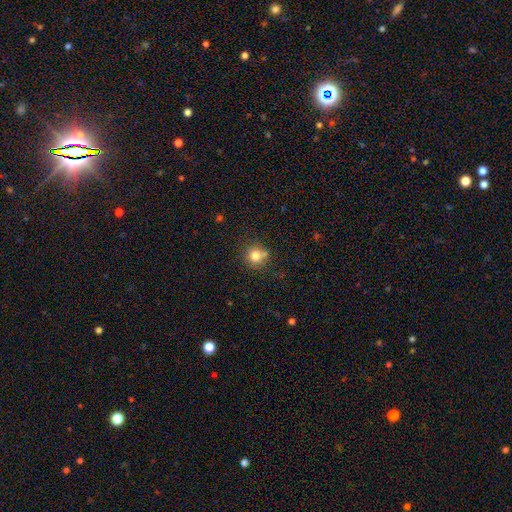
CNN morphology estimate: Smooth or featured? Predicted: smooth (p=0.79). How rounded? Predicted: round (p=0.90). Merging? Predicted: none (p=0.69).